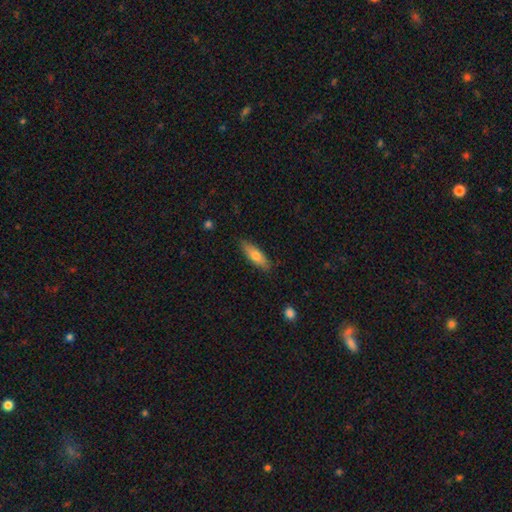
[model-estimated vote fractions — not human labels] smooth-or-featured: smooth: 69% | featured or disk: 24% | star or artifact: 6%
  how-rounded: cigar-shaped: 50% | in between: 48% | round: 2%
  merging: none: 84% | minor disturbance: 12% | major disturbance: 2% | merger: 1%